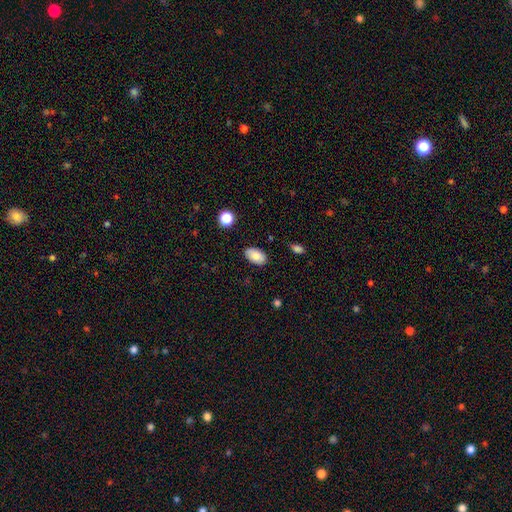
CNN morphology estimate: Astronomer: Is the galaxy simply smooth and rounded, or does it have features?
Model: smooth — 83%.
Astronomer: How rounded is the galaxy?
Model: in between — 93%.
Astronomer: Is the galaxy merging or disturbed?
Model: none — 86%.